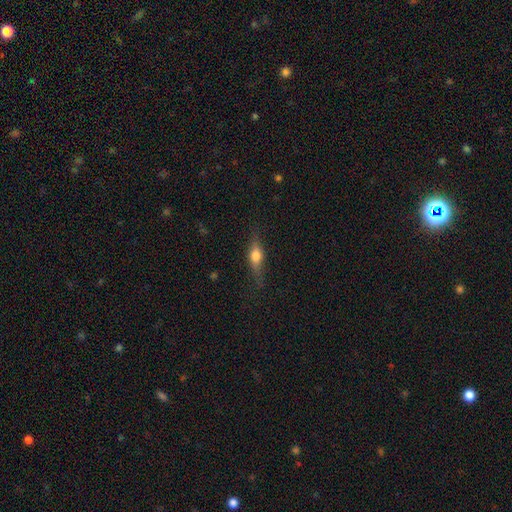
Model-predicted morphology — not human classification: Smooth or featured: smooth — 55% (featured or disk — 37%)
How rounded: in between — 49% (cigar-shaped — 44%)
Merging: none — 77% (minor disturbance — 17%)